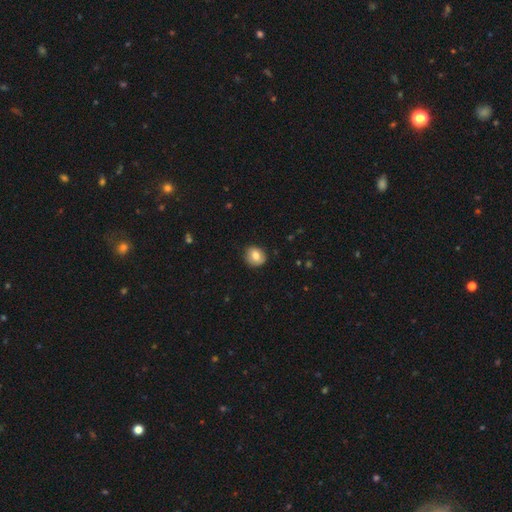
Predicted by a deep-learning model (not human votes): A smooth galaxy with no disk features (75%) that is round (73%).

Vote fractions:
- Smooth or featured? smooth: 75% / featured or disk: 17% / star or artifact: 8%
- How rounded? round: 73% / in between: 26% / cigar-shaped: 1%
- Merging? none: 83% / minor disturbance: 13% / major disturbance: 3% / merger: 1%